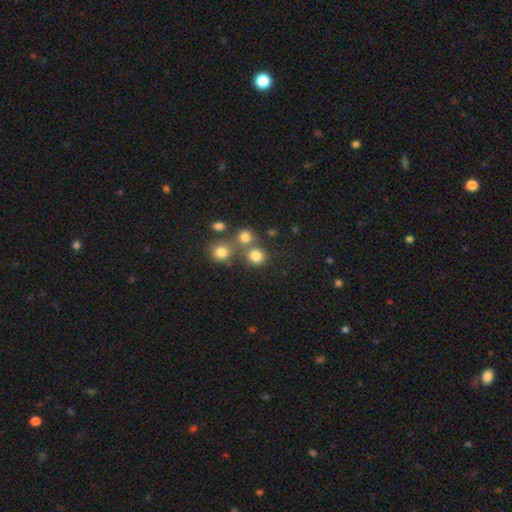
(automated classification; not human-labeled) Overall: smooth (79%). How rounded: round (86%). Merging: none (60%; merger 29%).